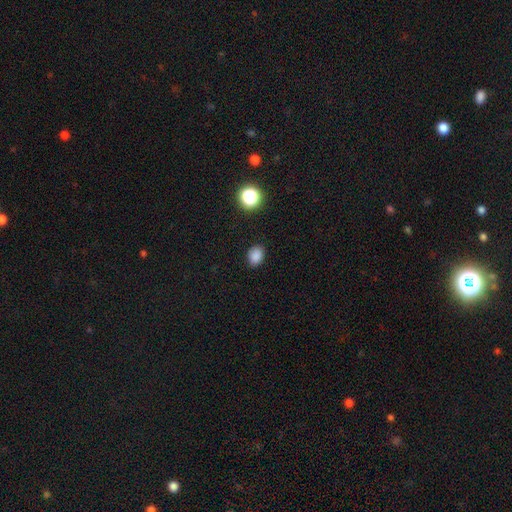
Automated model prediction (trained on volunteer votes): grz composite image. It shows a smooth galaxy with no disk features (84%) that is in between round and cigar-shaped (56%). Merging: none (86%).